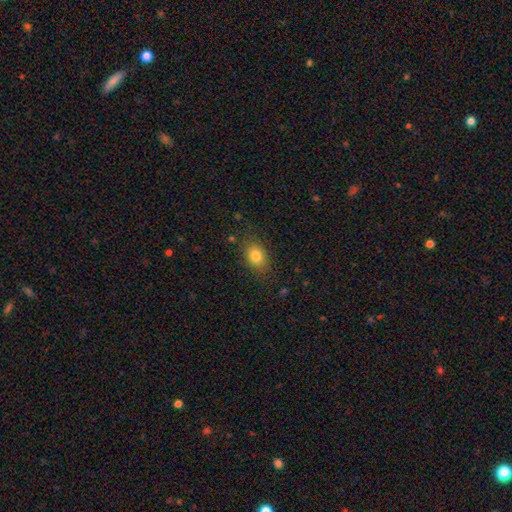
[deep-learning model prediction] smooth-or-featured: smooth: 81% | star or artifact: 10% | featured or disk: 9%
  how-rounded: in between: 77% | round: 21% | cigar-shaped: 2%
  merging: none: 82% | minor disturbance: 13% | major disturbance: 4% | merger: 1%